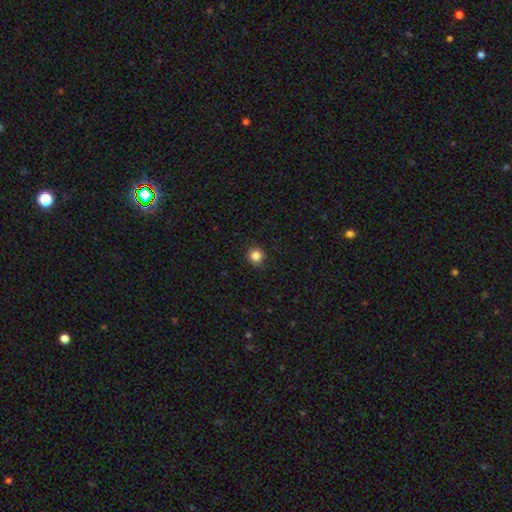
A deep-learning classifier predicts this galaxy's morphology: Q: Smooth or featured?
A: smooth (84%); runner-up: star or artifact (12%)
Q: How rounded?
A: round (93%); runner-up: in between (6%)
Q: Merging?
A: none (93%); runner-up: minor disturbance (5%)